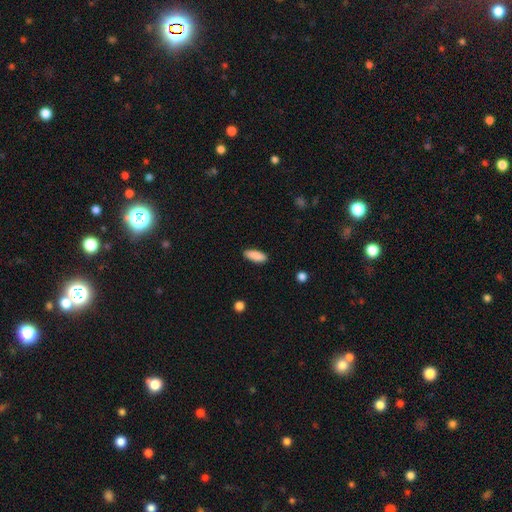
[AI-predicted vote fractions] smooth_or_featured: smooth (p=0.89) [alt: star or artifact p=0.06]
how_rounded: in between (p=0.72) [alt: cigar-shaped p=0.26]
merging: none (p=0.88) [alt: minor disturbance p=0.09]